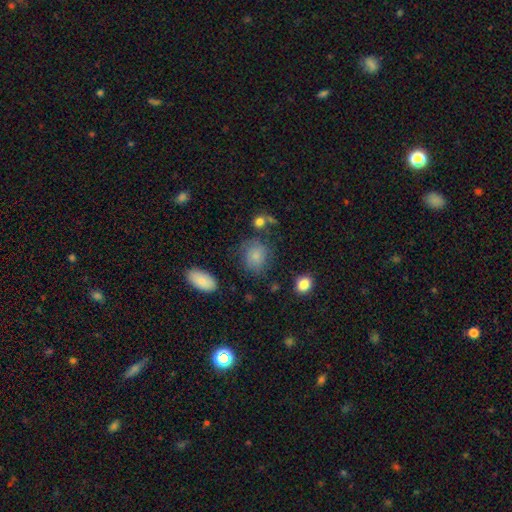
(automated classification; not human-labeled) Smooth or featured? smooth (71%)
How rounded? round (62%)
Merging? none (61%)